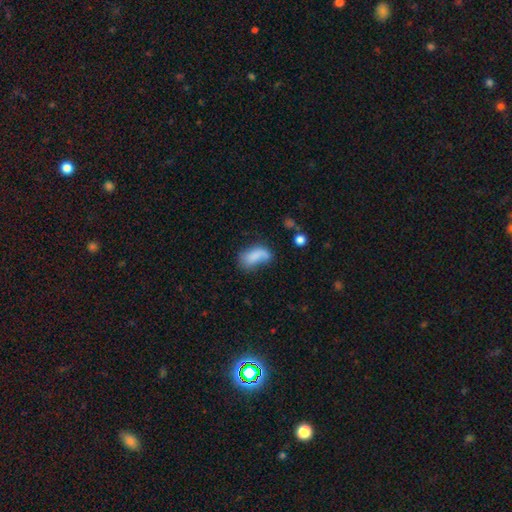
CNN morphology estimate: The model was most divided on "merging": none: 37%, minor disturbance: 29%, major disturbance: 24%, merger: 10%. More confident: how rounded — in between (89%); smooth or featured — smooth (74%).